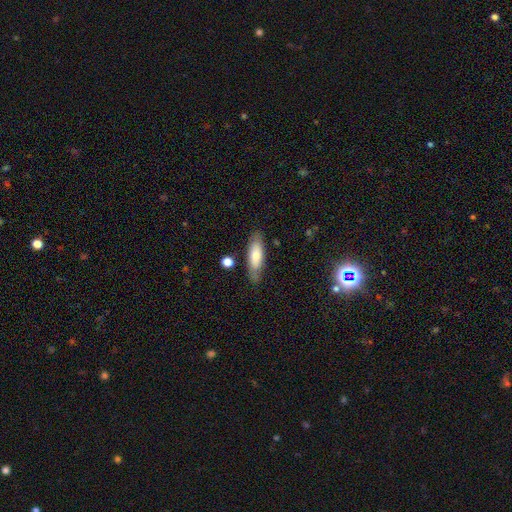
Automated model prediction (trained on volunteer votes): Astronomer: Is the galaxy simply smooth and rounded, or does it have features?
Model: smooth — 72%.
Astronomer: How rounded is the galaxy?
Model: in between — 53% (runner-up: cigar-shaped, 45%).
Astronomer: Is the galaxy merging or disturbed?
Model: none — 78%.